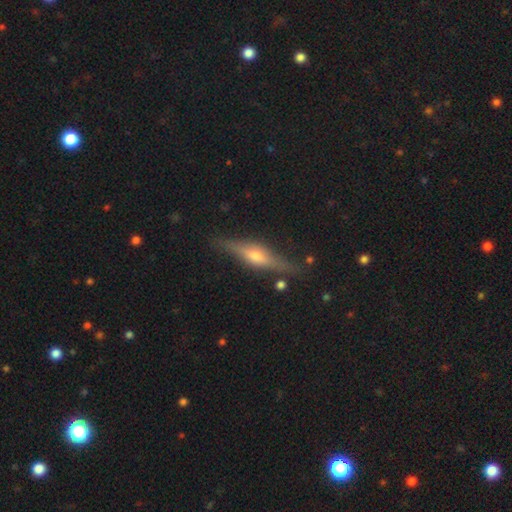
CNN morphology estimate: type=featured or disk (72%); edge-on=yes (95%); edge-on bulge=rounded (87%); merging=none (84%).